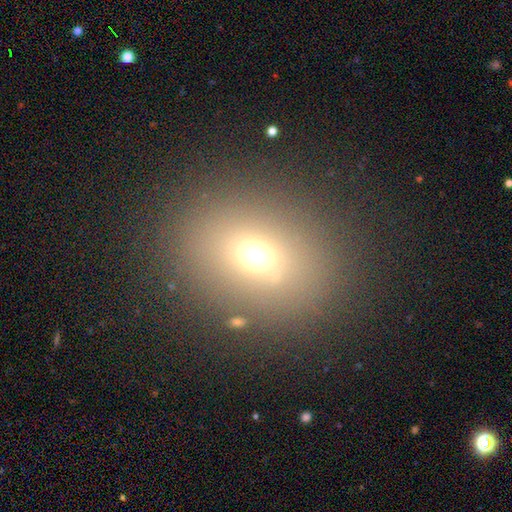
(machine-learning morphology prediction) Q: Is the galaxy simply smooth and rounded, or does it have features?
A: smooth — 65%.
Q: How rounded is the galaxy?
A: round — 54%.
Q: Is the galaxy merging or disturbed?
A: none — 83%.